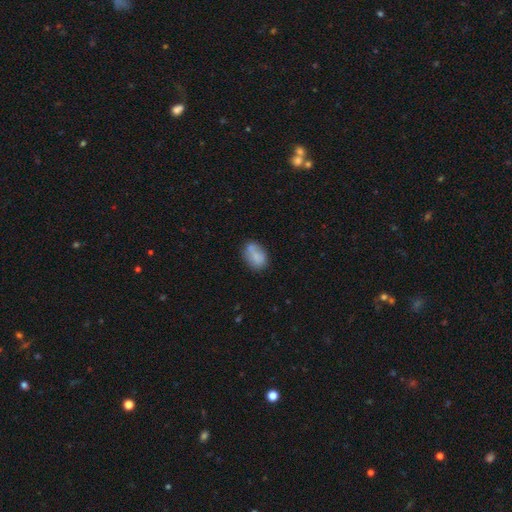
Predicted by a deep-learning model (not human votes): A smooth galaxy with no disk features (74%) that is in between round and cigar-shaped (81%). Merging: none (53%).